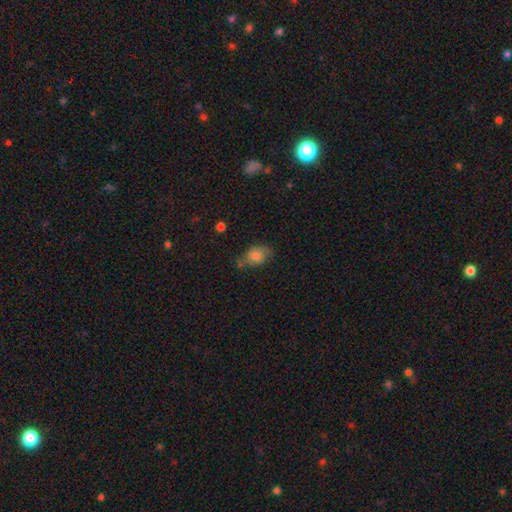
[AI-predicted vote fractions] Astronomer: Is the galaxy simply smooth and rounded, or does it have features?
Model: smooth — 74%.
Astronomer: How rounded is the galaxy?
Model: in between — 76%.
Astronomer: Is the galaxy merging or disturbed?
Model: none — 61%.